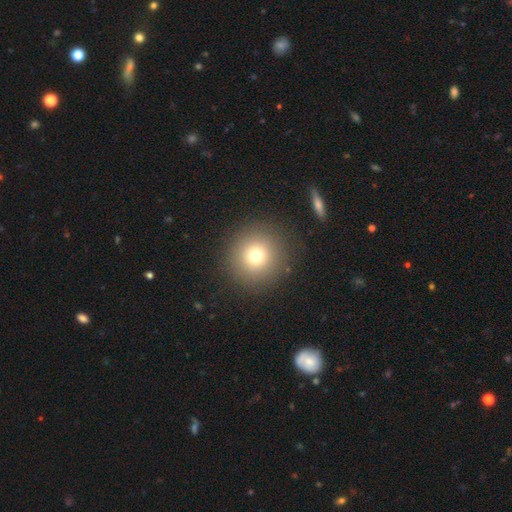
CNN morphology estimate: smooth 74%, star or artifact 15%, featured or disk 11%. Down the decision tree: how rounded — round (95%); merging — none (89%).